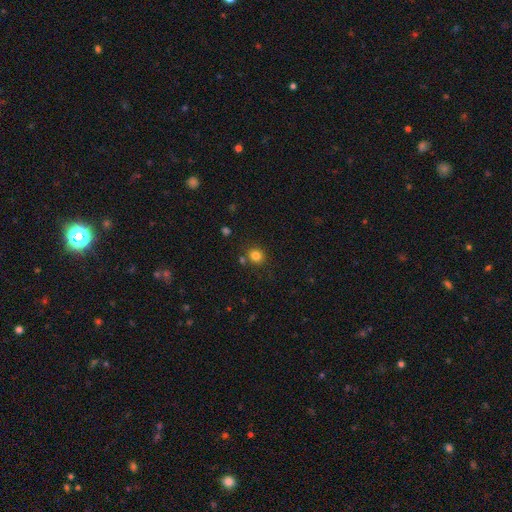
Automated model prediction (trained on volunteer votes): Morphology: type=smooth (81%); roundness=round (82%); merging=none (78%).